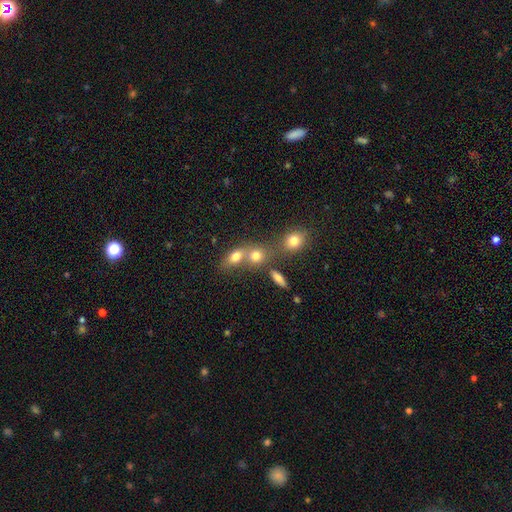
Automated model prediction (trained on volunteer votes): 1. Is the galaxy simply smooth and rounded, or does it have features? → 67% smooth, 17% featured or disk, 16% star or artifact.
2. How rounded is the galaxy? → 54% round, 42% in between, 4% cigar-shaped.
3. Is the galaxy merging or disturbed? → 55% merger, 33% none, 8% minor disturbance, 5% major disturbance.